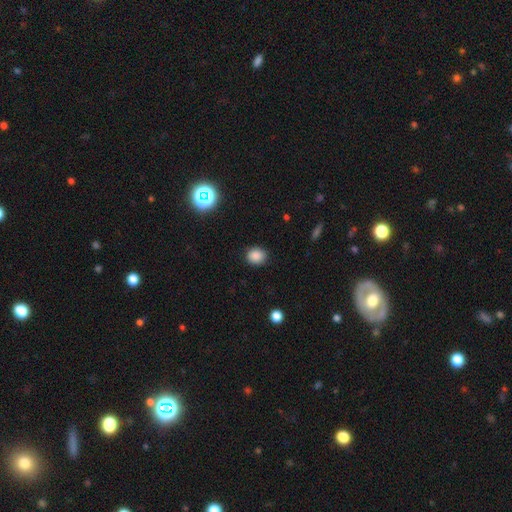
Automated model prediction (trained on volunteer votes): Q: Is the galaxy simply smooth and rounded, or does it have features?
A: smooth — 85%.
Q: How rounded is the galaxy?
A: round — 68%.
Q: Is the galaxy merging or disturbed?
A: none — 87%.